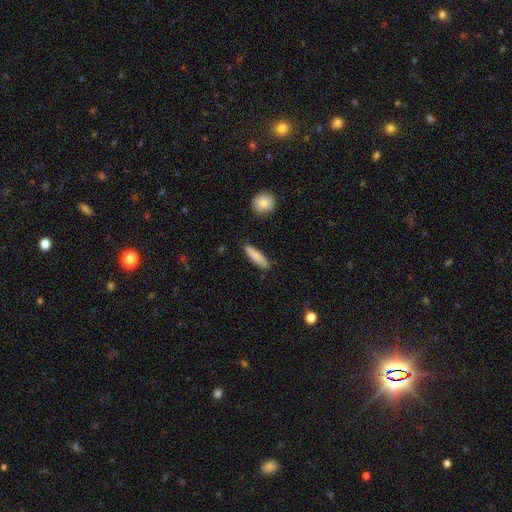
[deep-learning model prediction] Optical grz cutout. It shows a smooth galaxy with no disk features (83%) that is cigar-shaped (79%). Merging: none (84%).